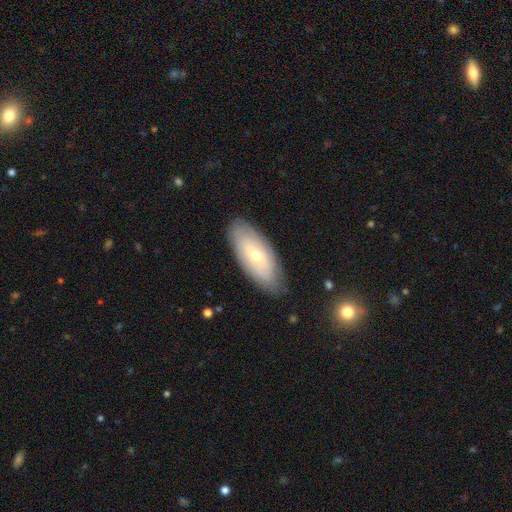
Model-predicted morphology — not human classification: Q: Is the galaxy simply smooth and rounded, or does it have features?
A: smooth — 53%.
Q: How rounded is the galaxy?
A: in between — 86%.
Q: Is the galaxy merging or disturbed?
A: none — 82%.